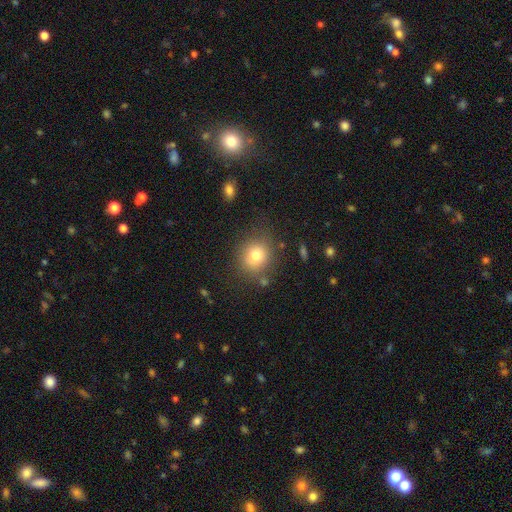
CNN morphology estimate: smooth 77%, star or artifact 12%, featured or disk 11%. Down the decision tree: how rounded — round (81%); merging — none (78%).